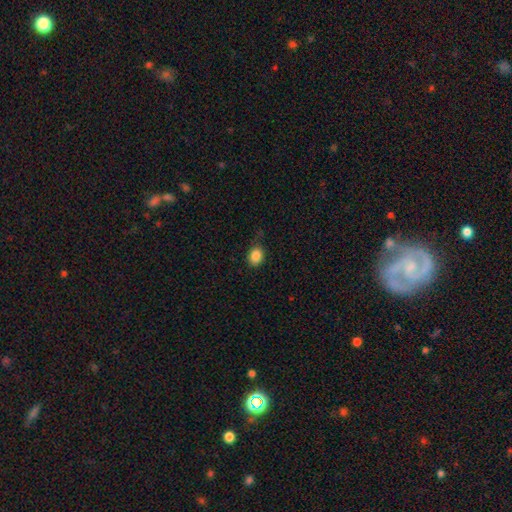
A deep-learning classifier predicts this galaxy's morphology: Q: Smooth or featured?
A: smooth (86%); runner-up: star or artifact (9%)
Q: How rounded?
A: in between (59%); runner-up: round (40%)
Q: Merging?
A: none (75%); runner-up: minor disturbance (19%)